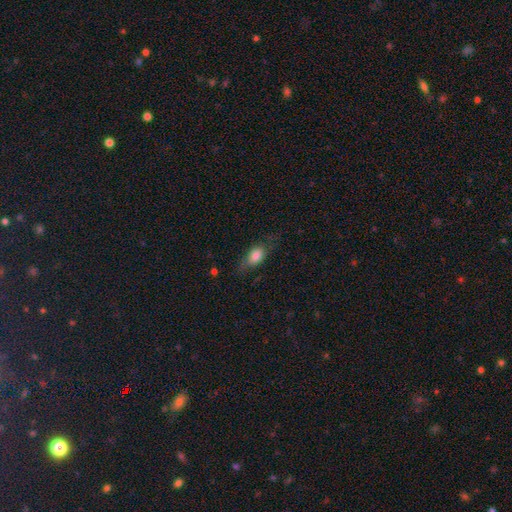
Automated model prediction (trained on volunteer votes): This appears to be a smooth galaxy with no disk features (72%) that is in between round and cigar-shaped (77%). Merging: none (61%).